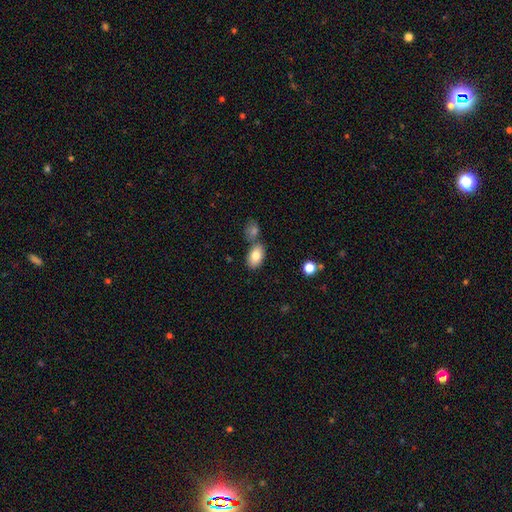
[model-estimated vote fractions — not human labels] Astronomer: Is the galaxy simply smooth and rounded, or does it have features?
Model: smooth — 82%.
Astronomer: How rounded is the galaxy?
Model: in between — 91%.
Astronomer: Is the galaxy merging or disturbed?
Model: none — 64%.